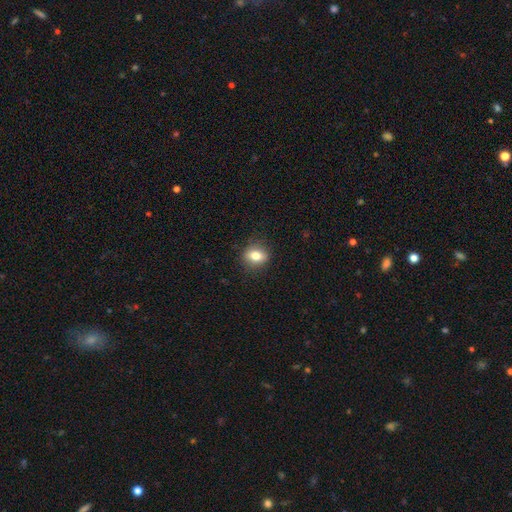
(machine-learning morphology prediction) type=smooth (77%); roundness=in between (53%); merging=none (86%).